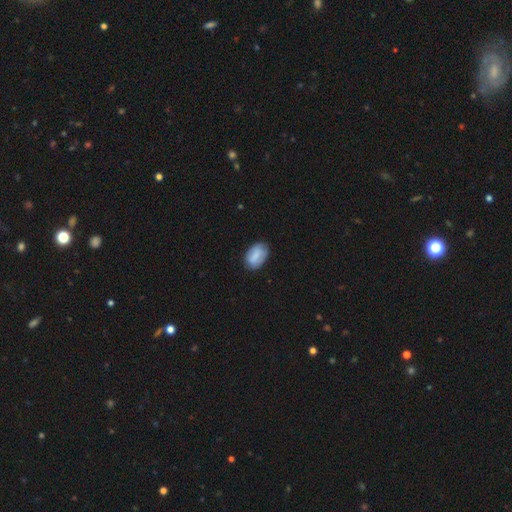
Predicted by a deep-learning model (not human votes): Morphology: type=smooth (74%); roundness=in between (89%); merging=none (77%).